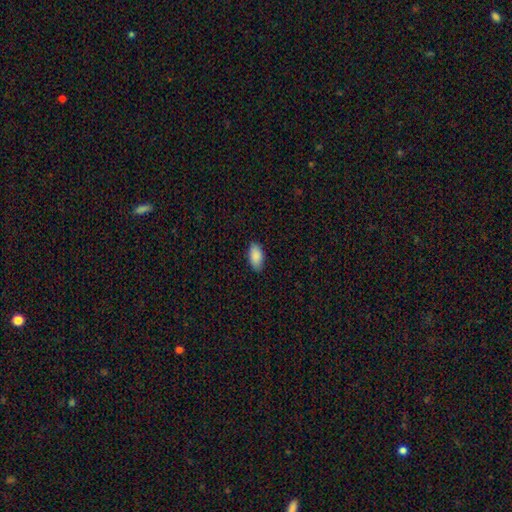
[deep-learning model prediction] Smooth or featured? smooth (89%)
How rounded? in between (94%)
Merging? none (87%)